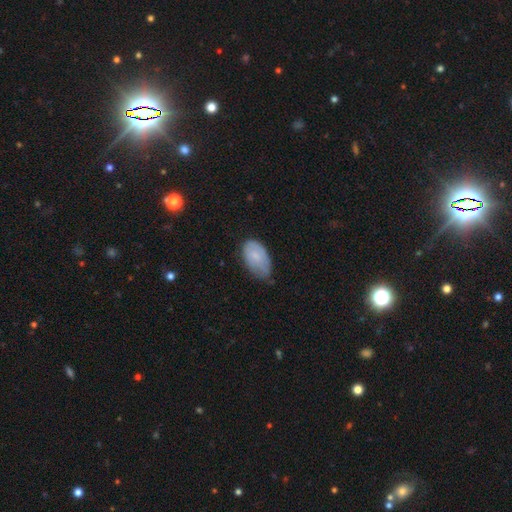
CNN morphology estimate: Smooth or featured?
  - smooth: 71% *
  - featured or disk: 22%
  - star or artifact: 7%
How rounded?
  - in between: 94% *
  - round: 5%
  - cigar-shaped: 2%
Merging?
  - none: 45% *
  - minor disturbance: 44%
  - major disturbance: 10%
  - merger: 2%